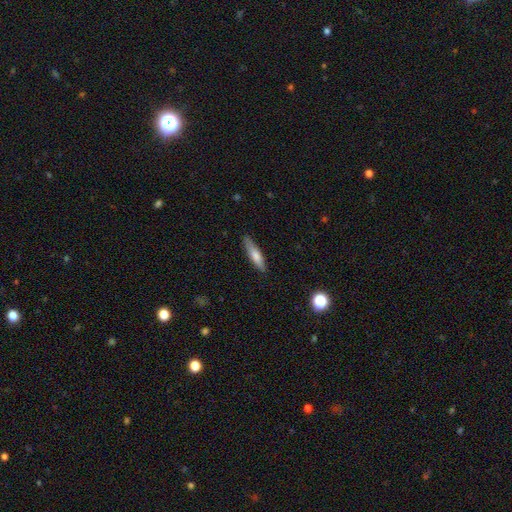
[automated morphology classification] The model was most divided on "smooth or featured": smooth: 69%, featured or disk: 24%, star or artifact: 7%. More confident: merging — none (85%); how rounded — cigar-shaped (78%).